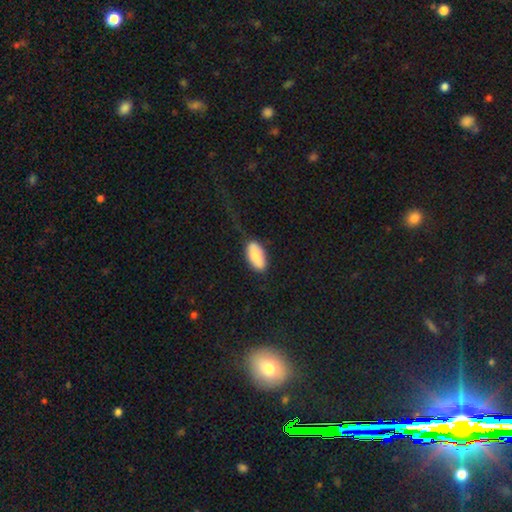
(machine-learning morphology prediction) Overall: smooth (82%). How rounded: in between (91%). Merging: none (72%).